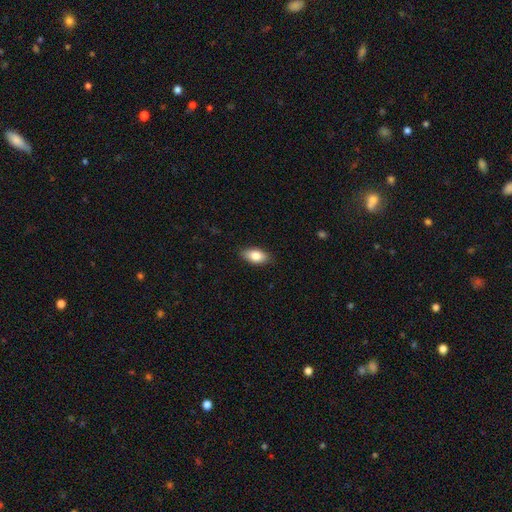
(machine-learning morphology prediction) A smooth galaxy with no disk features (81%) that is in between round and cigar-shaped (90%).

Vote fractions:
- Smooth or featured? smooth: 81% / featured or disk: 12% / star or artifact: 7%
- How rounded? in between: 90% / cigar-shaped: 6% / round: 4%
- Merging? none: 88% / minor disturbance: 10% / major disturbance: 2% / merger: 1%